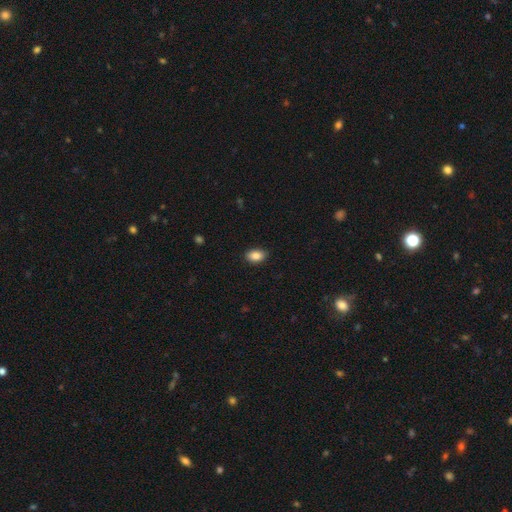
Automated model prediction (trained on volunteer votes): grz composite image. It shows a smooth galaxy with no disk features (87%) that is in between round and cigar-shaped (88%). Merging: none (87%).